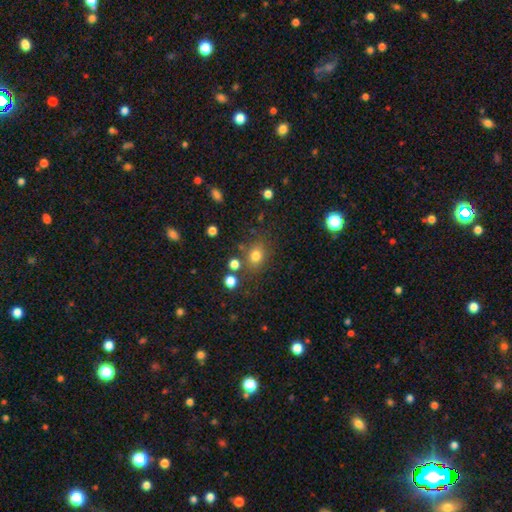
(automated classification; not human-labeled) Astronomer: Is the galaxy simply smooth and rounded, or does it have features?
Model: smooth — 77%.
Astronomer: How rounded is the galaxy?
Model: round — 57% (runner-up: in between, 42%).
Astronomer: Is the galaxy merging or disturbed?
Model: none — 73%.